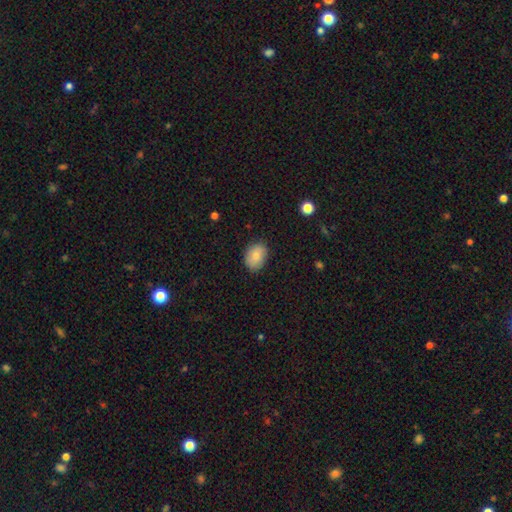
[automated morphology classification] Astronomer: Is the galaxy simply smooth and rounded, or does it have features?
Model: smooth — 81%.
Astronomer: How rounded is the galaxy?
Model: in between — 70%.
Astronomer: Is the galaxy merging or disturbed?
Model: none — 84%.